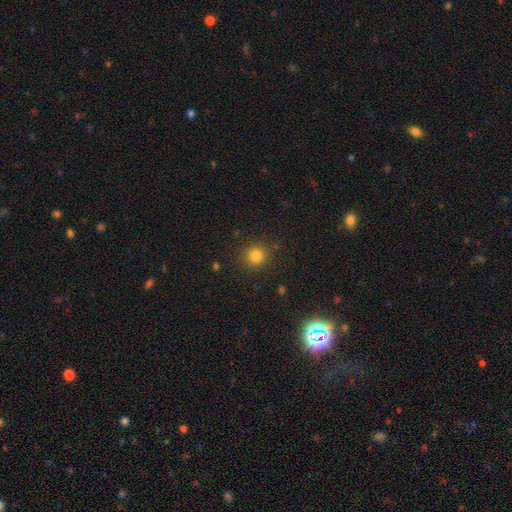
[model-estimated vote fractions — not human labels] Smooth or featured? Predicted: smooth (p=0.81). How rounded? Predicted: round (p=0.90). Merging? Predicted: none (p=0.89).